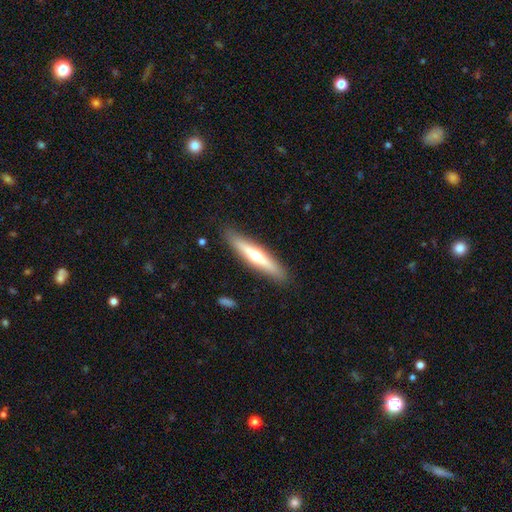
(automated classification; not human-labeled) smooth-or-featured: featured or disk: 54% | smooth: 41% | star or artifact: 5%
  disk-edge-on: yes: 92% | no: 8%
  merging: none: 90% | minor disturbance: 8% | major disturbance: 2% | merger: 1%